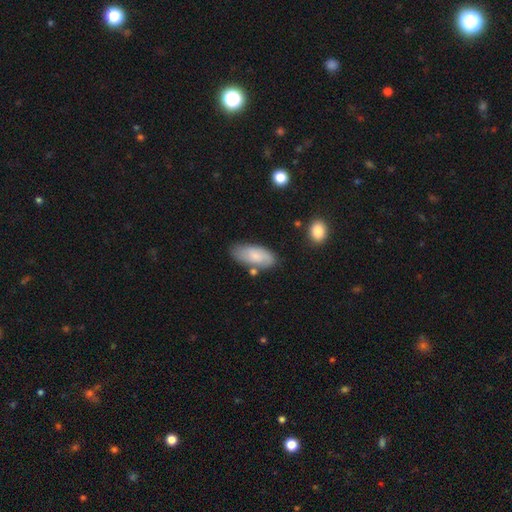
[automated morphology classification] Smooth or featured?
  - smooth: 75% *
  - featured or disk: 19%
  - star or artifact: 6%
How rounded?
  - in between: 88% *
  - cigar-shaped: 9%
  - round: 2%
Merging?
  - none: 67% *
  - minor disturbance: 21%
  - merger: 7%
  - major disturbance: 5%